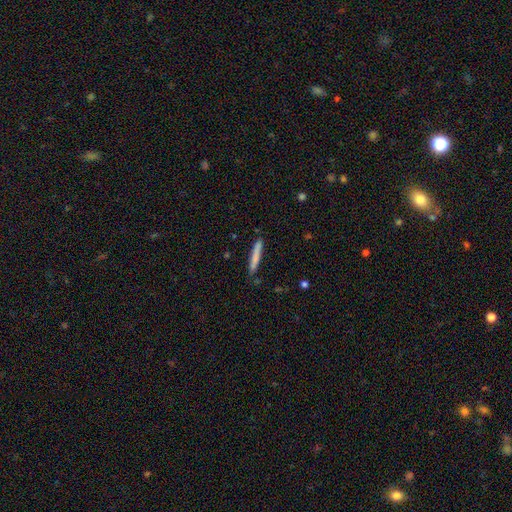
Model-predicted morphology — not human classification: Smooth or featured: smooth — 74% (featured or disk — 21%)
How rounded: cigar-shaped — 96% (in between — 3%)
Merging: none — 85% (minor disturbance — 11%)